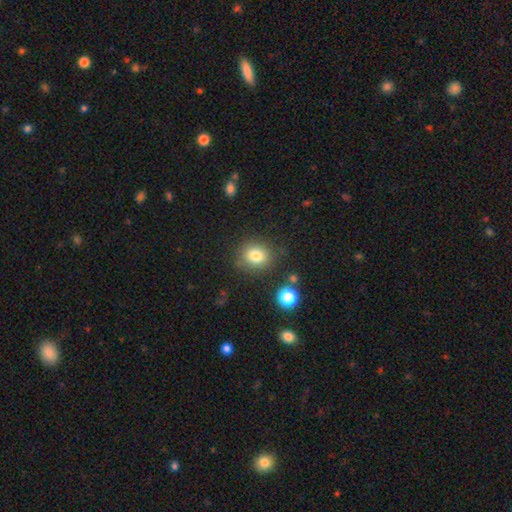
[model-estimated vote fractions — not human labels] This is clearly a smooth galaxy (80%). How rounded: likely round (77%). Merging: clearly none (82%).